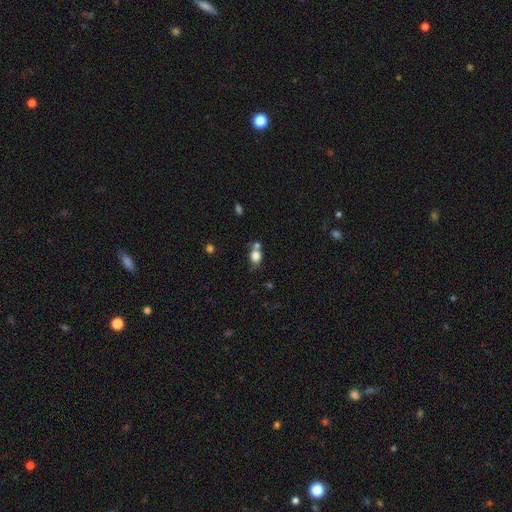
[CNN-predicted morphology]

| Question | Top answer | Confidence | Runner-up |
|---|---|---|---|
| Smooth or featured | smooth | 79% | star or artifact (11%) |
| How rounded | in between | 52% | round (46%) |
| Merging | none | 49% | merger (29%) |